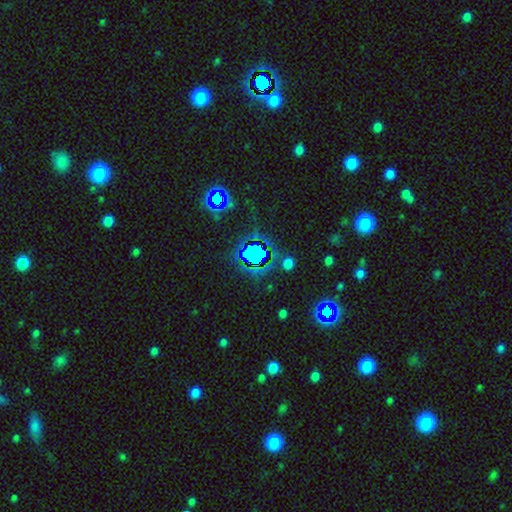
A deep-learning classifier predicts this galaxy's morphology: Overall: star or artifact (69%).